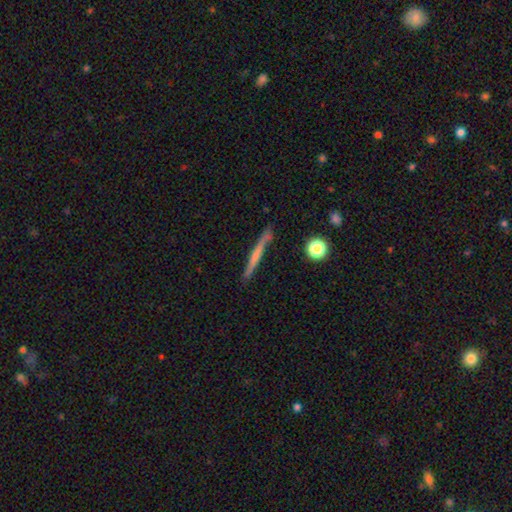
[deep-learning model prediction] A featured or disk galaxy (48%).

Vote fractions:
- Smooth or featured? featured or disk: 48% / smooth: 45% / star or artifact: 7%
- Merging? none: 77% / minor disturbance: 15% / major disturbance: 4% / merger: 4%